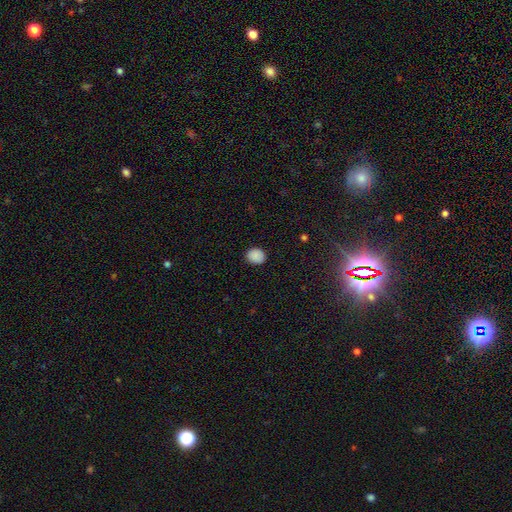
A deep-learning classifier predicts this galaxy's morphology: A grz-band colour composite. It shows a smooth galaxy with no disk features (88%) that is round (59%). Merging: none (87%).